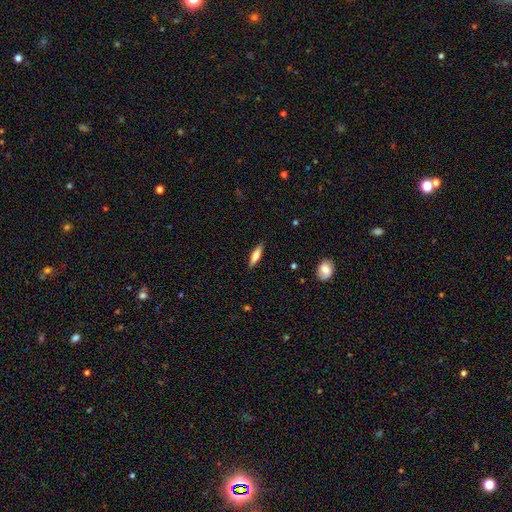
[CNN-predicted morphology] The model was most divided on "smooth or featured": smooth: 59%, featured or disk: 35%, star or artifact: 6%. More confident: merging — none (88%); how rounded — cigar-shaped (69%).